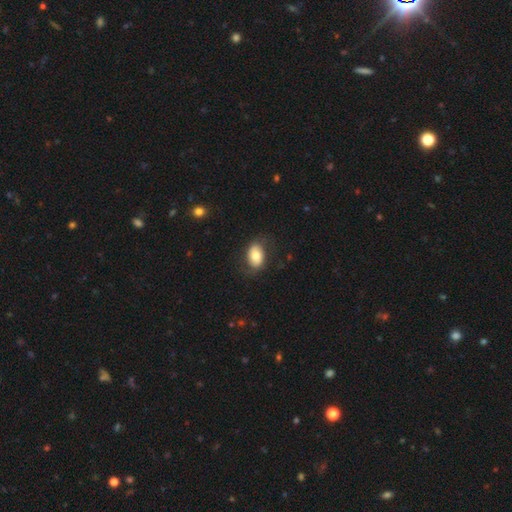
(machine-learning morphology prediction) Smooth or featured: smooth — 71% (featured or disk — 22%)
How rounded: in between — 85% (round — 14%)
Merging: none — 73% (minor disturbance — 17%)